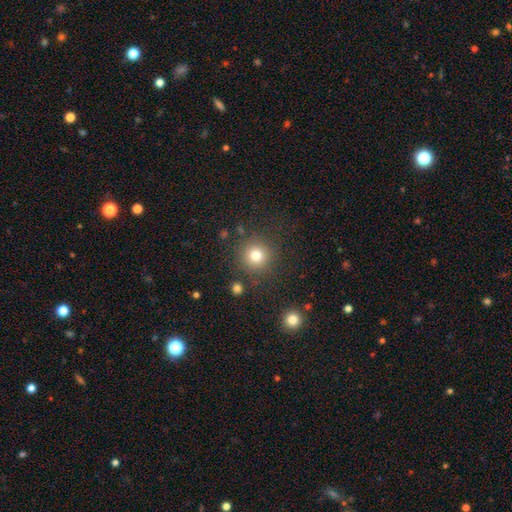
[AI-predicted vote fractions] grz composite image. It shows a smooth galaxy with no disk features (79%) that is round (94%). Merging: none (86%).